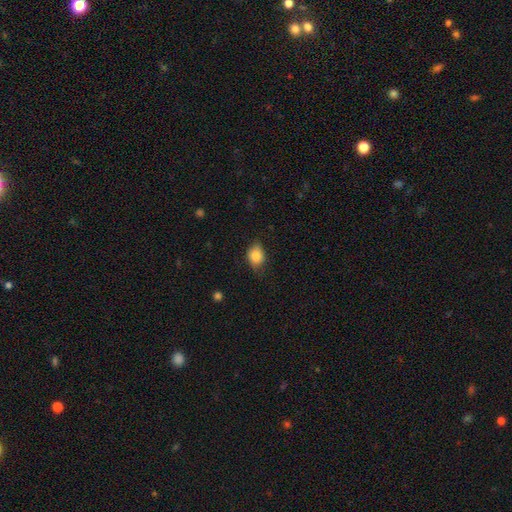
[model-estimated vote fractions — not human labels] smooth-or-featured: smooth: 81% | featured or disk: 11% | star or artifact: 8%
  how-rounded: in between: 66% | round: 33% | cigar-shaped: 2%
  merging: none: 70% | minor disturbance: 24% | major disturbance: 5% | merger: 1%